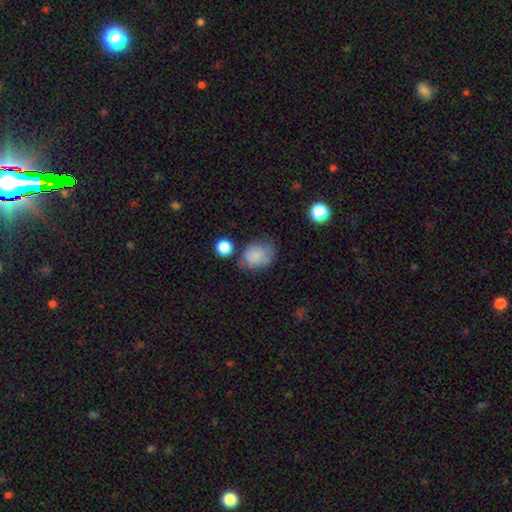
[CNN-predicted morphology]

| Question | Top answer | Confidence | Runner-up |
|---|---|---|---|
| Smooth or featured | smooth | 82% | featured or disk (9%) |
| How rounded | in between | 57% | round (42%) |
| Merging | none | 53% | minor disturbance (29%) |